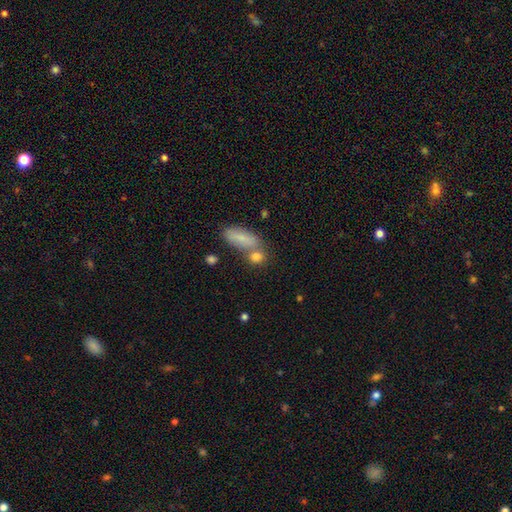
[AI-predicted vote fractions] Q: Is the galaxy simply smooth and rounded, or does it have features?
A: smooth — 75%.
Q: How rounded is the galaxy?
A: in between — 60%.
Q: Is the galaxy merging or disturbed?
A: none — 56%.